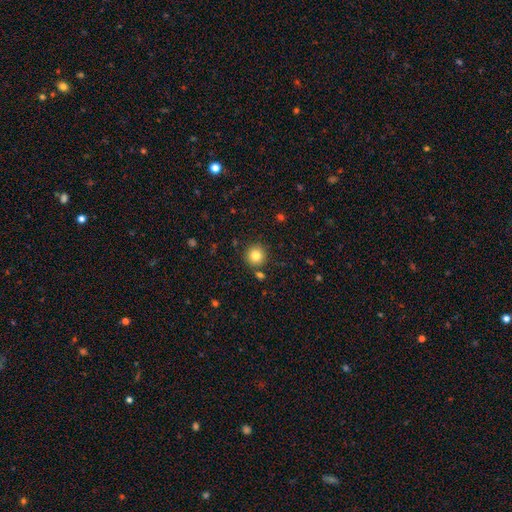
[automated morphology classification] Overall: smooth (82%). How rounded: round (94%). Merging: none (87%).